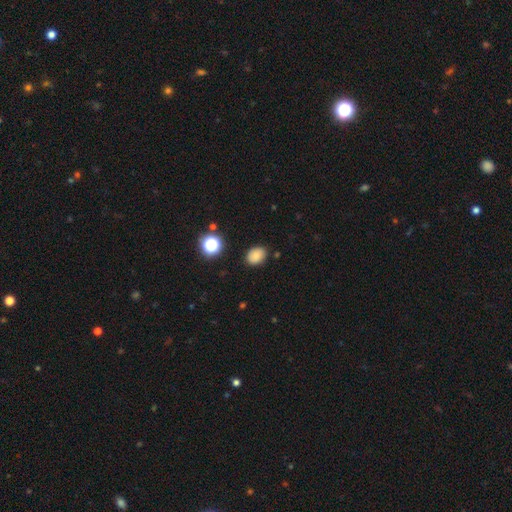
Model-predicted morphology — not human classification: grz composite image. It shows a smooth galaxy with no disk features (81%) that is in between round and cigar-shaped (62%). Merging: none (85%).